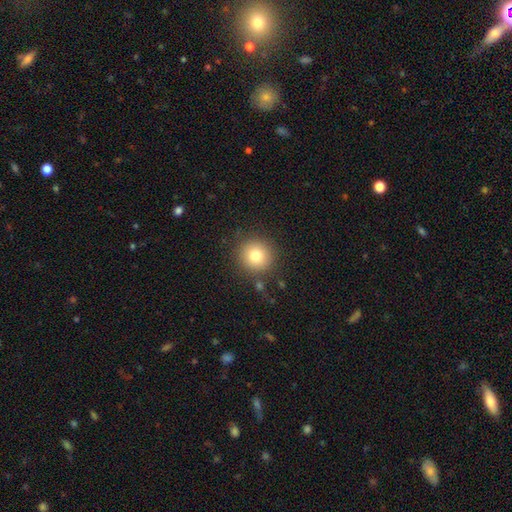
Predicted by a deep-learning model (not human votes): Smooth or featured? Predicted: smooth (p=0.79). How rounded? Predicted: round (p=0.93). Merging? Predicted: none (p=0.87).